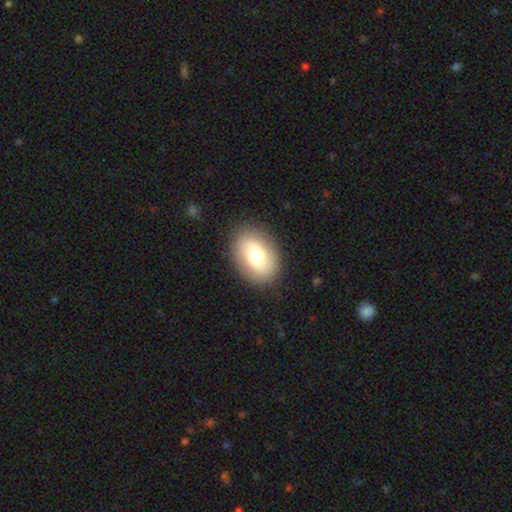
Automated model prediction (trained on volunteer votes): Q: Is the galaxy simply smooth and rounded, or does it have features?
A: smooth — 62%.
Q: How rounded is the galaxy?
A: in between — 81%.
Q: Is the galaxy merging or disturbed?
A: none — 86%.